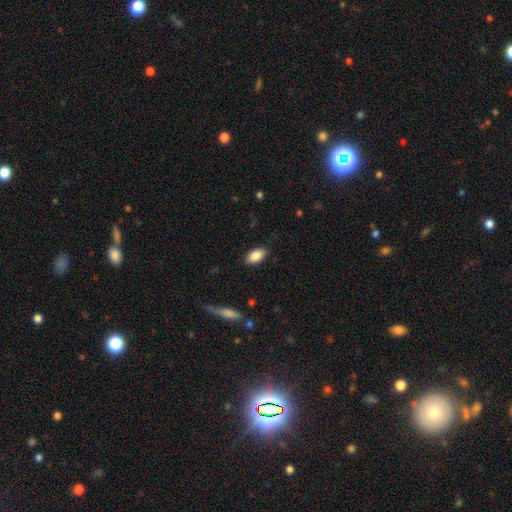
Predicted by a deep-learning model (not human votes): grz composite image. It shows a smooth galaxy with no disk features (86%) that is in between round and cigar-shaped (92%). Merging: none (86%).